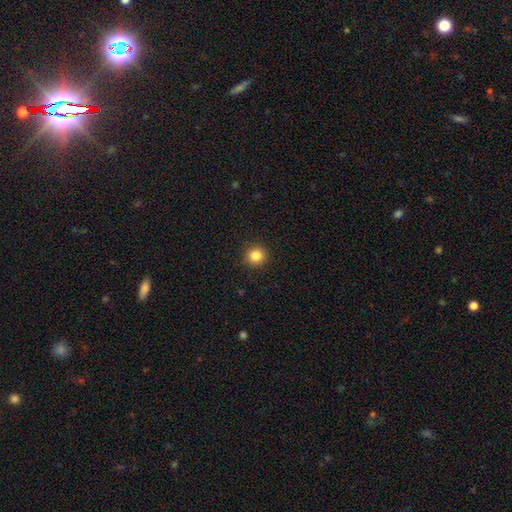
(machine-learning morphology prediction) Q: Smooth or featured?
A: smooth (84%); runner-up: star or artifact (11%)
Q: How rounded?
A: round (94%); runner-up: in between (5%)
Q: Merging?
A: none (92%); runner-up: minor disturbance (5%)